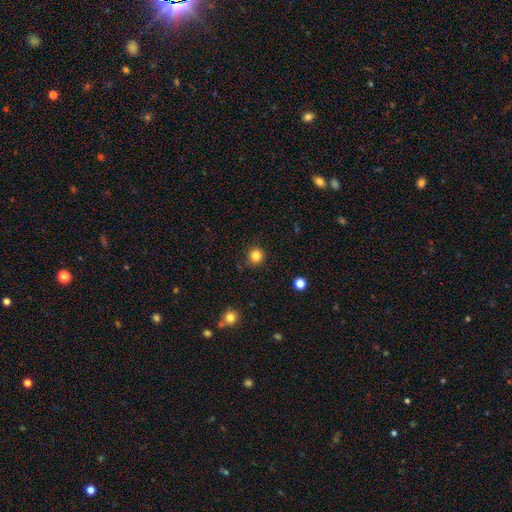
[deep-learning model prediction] Smooth or featured? Predicted: smooth (p=0.83). How rounded? Predicted: round (p=0.94). Merging? Predicted: none (p=0.90).